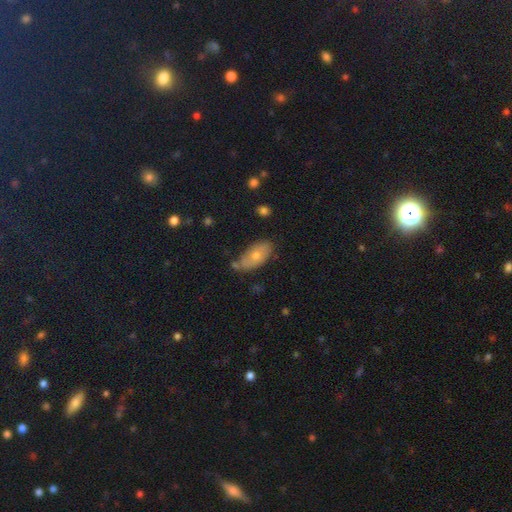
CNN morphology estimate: Smooth or featured? Predicted: smooth (p=0.65). How rounded? Predicted: in between (p=0.90). Merging? Predicted: none (p=0.62).